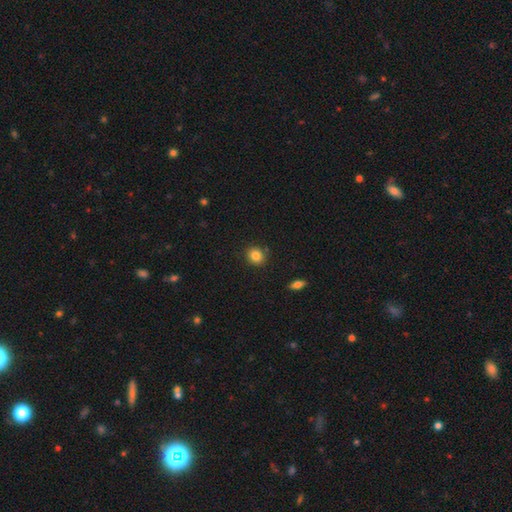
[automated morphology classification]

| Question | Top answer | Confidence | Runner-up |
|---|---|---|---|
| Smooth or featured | smooth | 84% | star or artifact (10%) |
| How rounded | round | 77% | in between (22%) |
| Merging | none | 85% | minor disturbance (9%) |